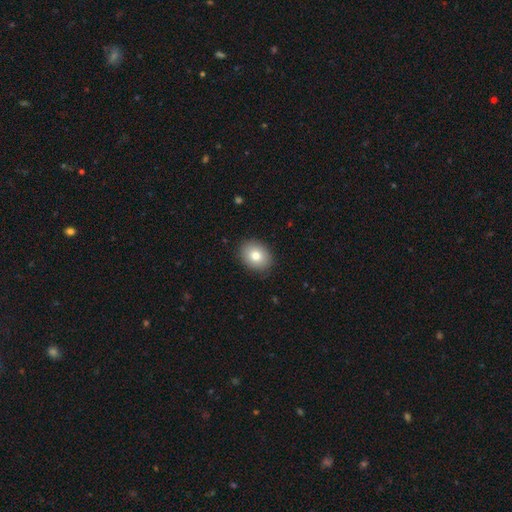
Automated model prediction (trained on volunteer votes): This appears to be a smooth galaxy with no disk features (80%) that is in between round and cigar-shaped (51%). Merging: none (89%).